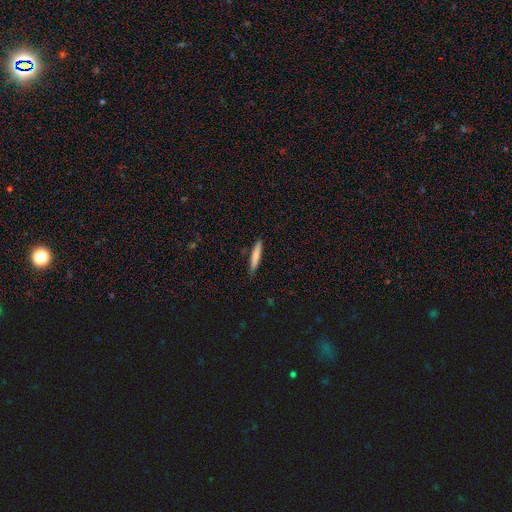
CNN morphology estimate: Overall: smooth (78%). How rounded: cigar-shaped (92%). Merging: none (86%).